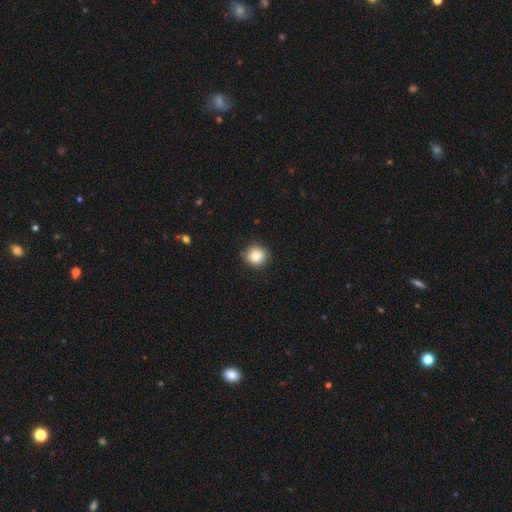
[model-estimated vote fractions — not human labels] A smooth galaxy with no disk features (83%) that is round (91%).

Vote fractions:
- Smooth or featured? smooth: 83% / star or artifact: 10% / featured or disk: 7%
- How rounded? round: 91% / in between: 8% / cigar-shaped: 1%
- Merging? none: 86% / minor disturbance: 11% / major disturbance: 2% / merger: 1%